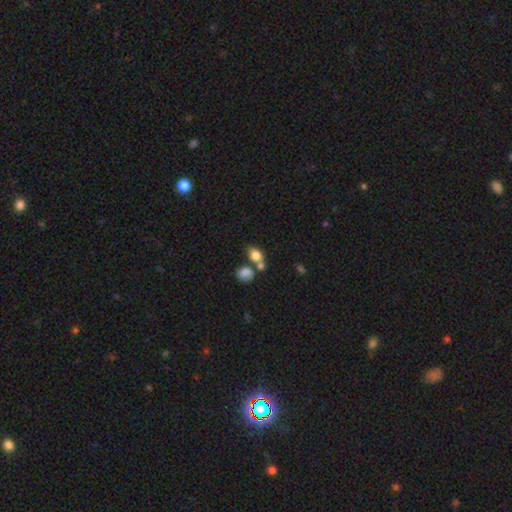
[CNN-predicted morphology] The model was most divided on "merging": merger: 43%, none: 40%, minor disturbance: 12%, major disturbance: 6%. More confident: smooth or featured — smooth (79%); how rounded — in between (62%).